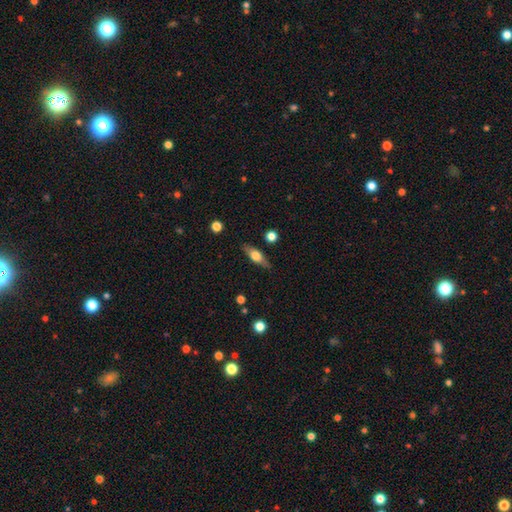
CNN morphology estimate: Q: Smooth or featured?
A: smooth (48%); runner-up: featured or disk (45%)
Q: Merging?
A: none (83%); runner-up: minor disturbance (12%)